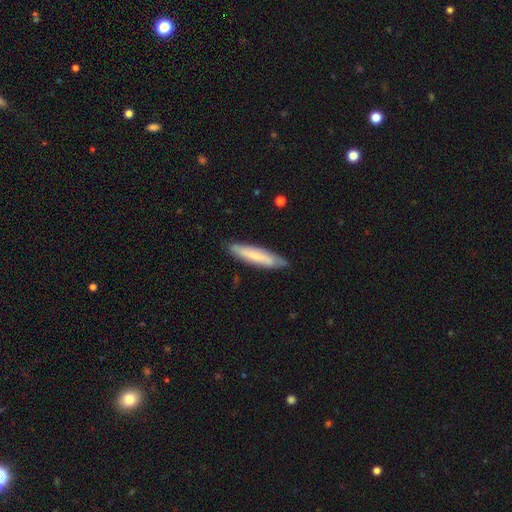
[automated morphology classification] Smooth or featured? smooth (63%)
How rounded? cigar-shaped (82%)
Merging? none (83%)